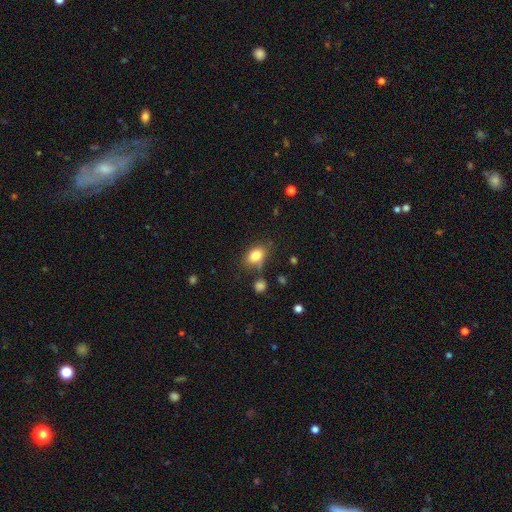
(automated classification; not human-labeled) Smooth or featured? smooth (82%)
How rounded? in between (81%)
Merging? none (68%)